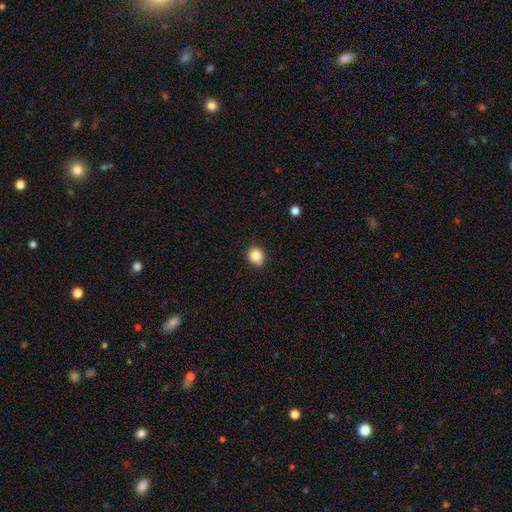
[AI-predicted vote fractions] Smooth or featured?
  - smooth: 85% *
  - star or artifact: 10%
  - featured or disk: 5%
How rounded?
  - round: 77% *
  - in between: 22%
  - cigar-shaped: 1%
Merging?
  - none: 86% *
  - minor disturbance: 11%
  - major disturbance: 2%
  - merger: 1%